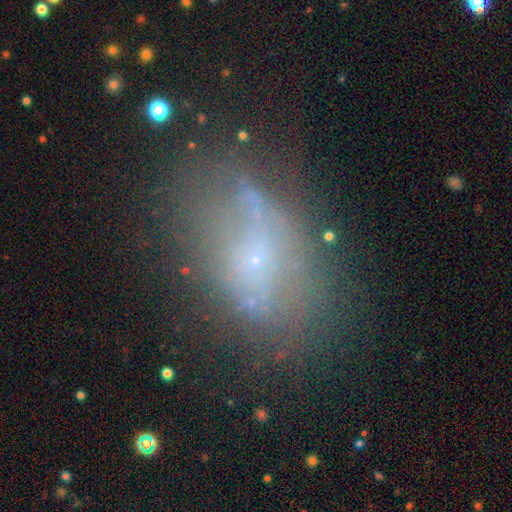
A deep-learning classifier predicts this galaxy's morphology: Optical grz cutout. It shows a featured or disk galaxy (42%). Merging: none (51%).